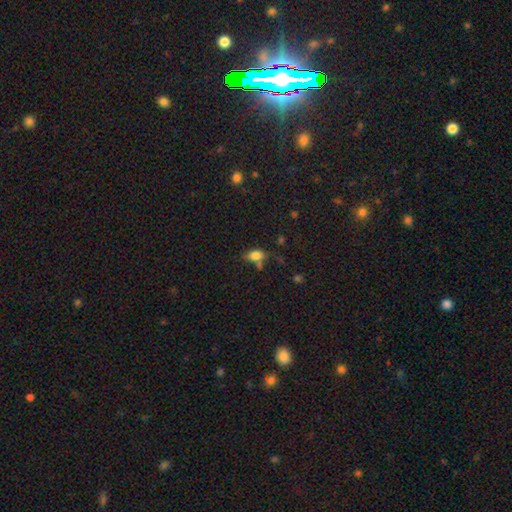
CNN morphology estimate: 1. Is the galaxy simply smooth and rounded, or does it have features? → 77% smooth, 12% star or artifact, 12% featured or disk.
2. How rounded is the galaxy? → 83% in between, 12% round, 5% cigar-shaped.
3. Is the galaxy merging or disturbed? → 53% none, 23% minor disturbance, 15% merger, 9% major disturbance.